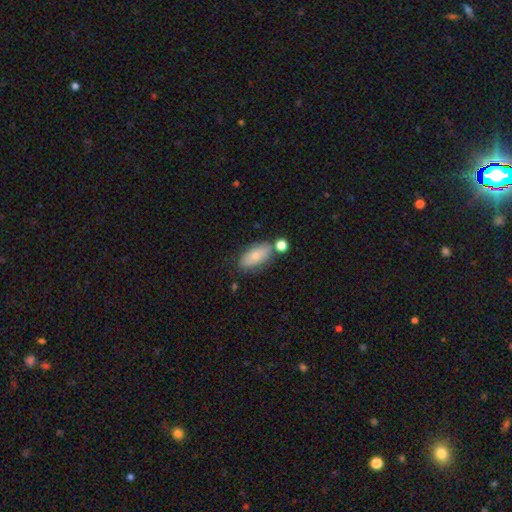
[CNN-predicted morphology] This appears to be a smooth galaxy with no disk features (76%) that is in between round and cigar-shaped (90%). Merging: none (67%).